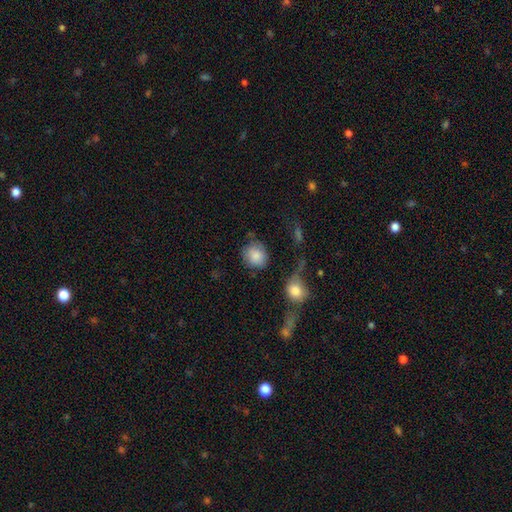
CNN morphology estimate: A smooth galaxy with no disk features (85%) that is round (82%).

Vote fractions:
- Smooth or featured? smooth: 85% / featured or disk: 8% / star or artifact: 7%
- How rounded? round: 82% / in between: 17% / cigar-shaped: 1%
- Merging? none: 68% / minor disturbance: 18% / major disturbance: 7% / merger: 7%